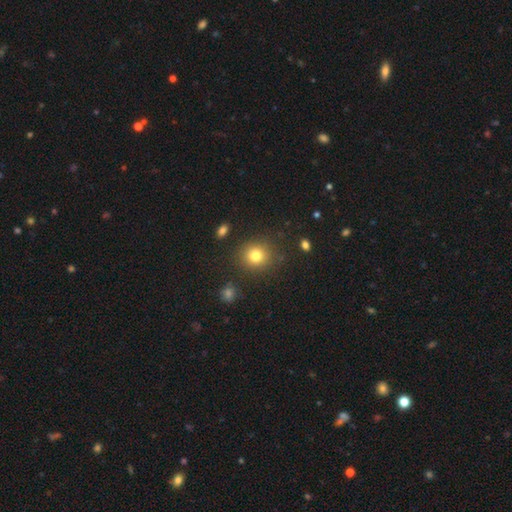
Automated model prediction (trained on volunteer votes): Smooth or featured: smooth — 80% (star or artifact — 12%)
How rounded: round — 87% (in between — 12%)
Merging: none — 87% (minor disturbance — 8%)